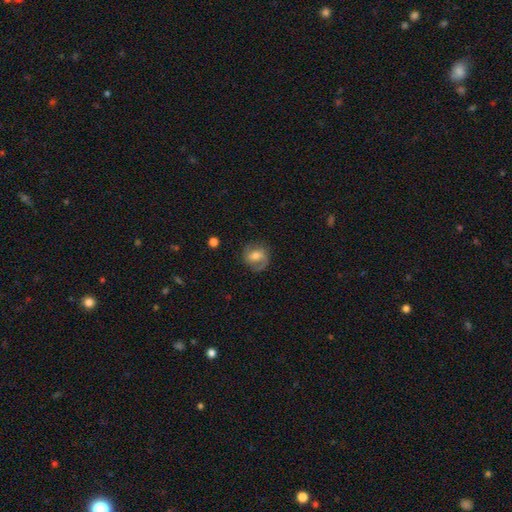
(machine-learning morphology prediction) The model was most divided on "bar": weak: 46%, no: 35%, strong: 19%. More confident: edge-on disk — no (96%); spiral arms — yes (85%); merging — none (69%); bulge size — moderate (60%); smooth or featured — featured or disk (54%).